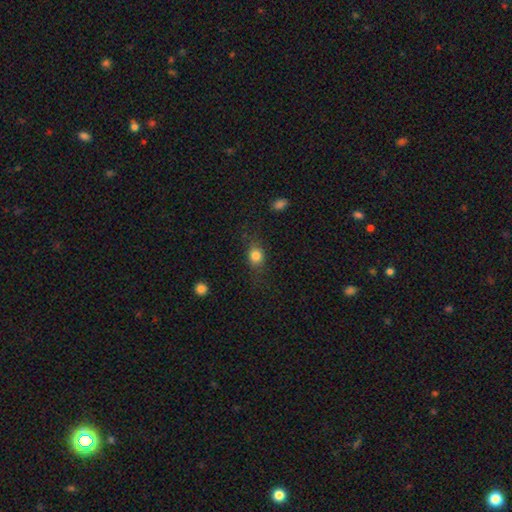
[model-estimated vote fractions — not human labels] smooth 79%, star or artifact 11%, featured or disk 10%. Down the decision tree: how rounded — round (51%); merging — none (73%).